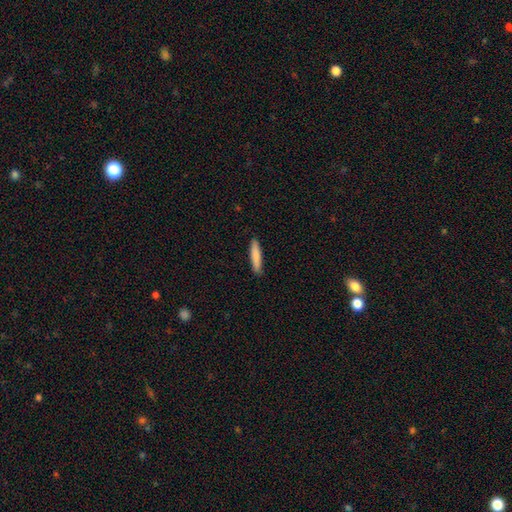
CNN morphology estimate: A smooth galaxy with no disk features (84%) that is cigar-shaped (86%). Merging: none (89%).